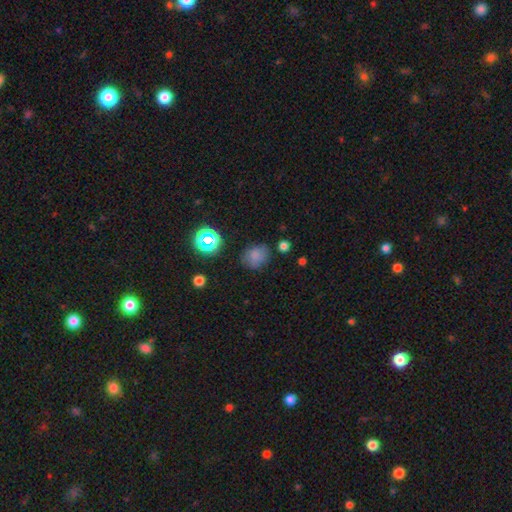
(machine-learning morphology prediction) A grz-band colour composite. It shows a smooth galaxy with no disk features (74%) that is round (65%). Merging: none (71%).